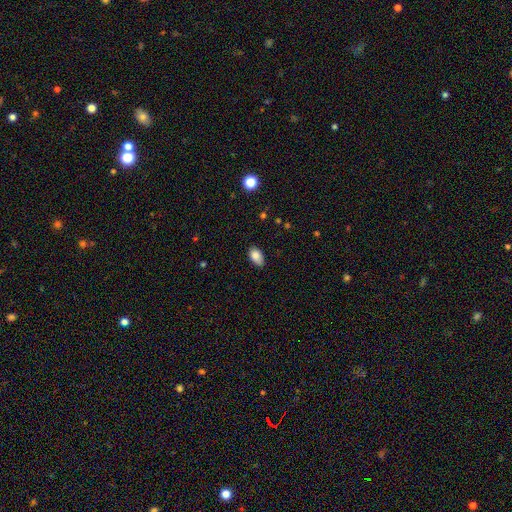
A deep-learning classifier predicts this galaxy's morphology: A smooth galaxy with no disk features (85%) that is in between round and cigar-shaped (91%).

Vote fractions:
- Smooth or featured? smooth: 85% / star or artifact: 8% / featured or disk: 6%
- How rounded? in between: 91% / round: 7% / cigar-shaped: 2%
- Merging? none: 73% / minor disturbance: 22% / major disturbance: 3% / merger: 1%